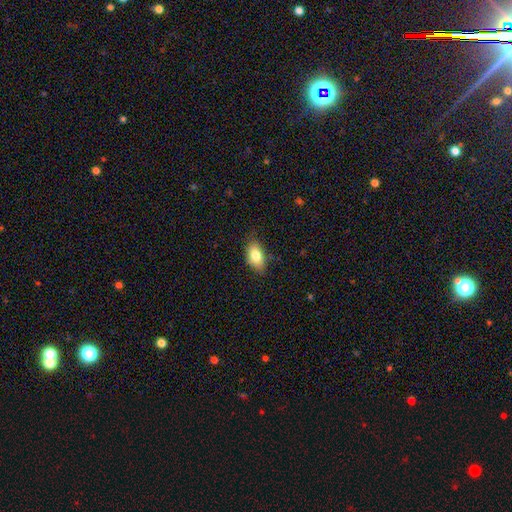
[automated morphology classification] smooth-or-featured: smooth: 82% | featured or disk: 11% | star or artifact: 8%
  how-rounded: in between: 90% | round: 7% | cigar-shaped: 3%
  merging: none: 78% | minor disturbance: 17% | major disturbance: 3% | merger: 1%